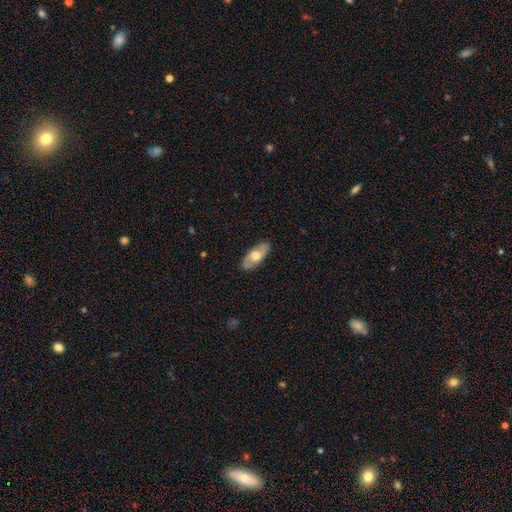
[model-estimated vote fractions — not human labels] Smooth or featured?
  - smooth: 48% *
  - featured or disk: 46%
  - star or artifact: 5%
Merging?
  - none: 86% *
  - minor disturbance: 10%
  - major disturbance: 2%
  - merger: 1%